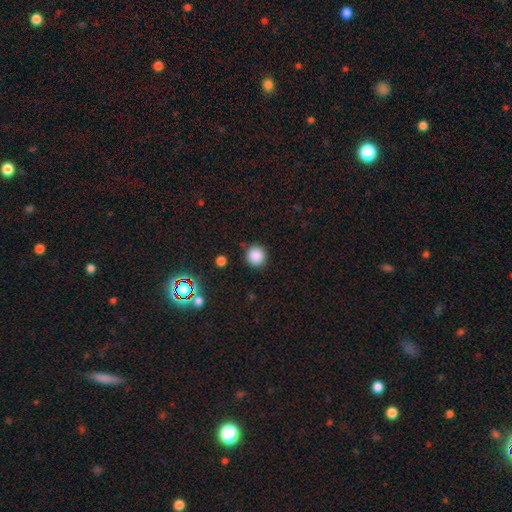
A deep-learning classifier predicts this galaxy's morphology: A smooth galaxy with no disk features (85%) that is round (93%). Merging: none (88%).